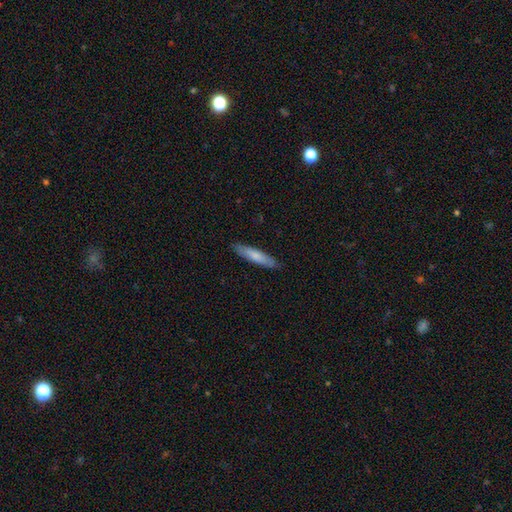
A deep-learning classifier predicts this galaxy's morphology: type=smooth (72%); roundness=cigar-shaped (82%); merging=none (87%).